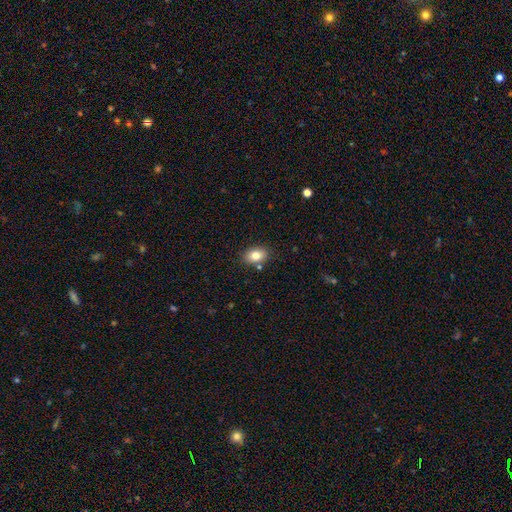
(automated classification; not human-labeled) Smooth or featured?
  - smooth: 82% *
  - featured or disk: 10%
  - star or artifact: 9%
How rounded?
  - in between: 76% *
  - round: 23%
  - cigar-shaped: 1%
Merging?
  - none: 83% *
  - minor disturbance: 10%
  - merger: 4%
  - major disturbance: 2%